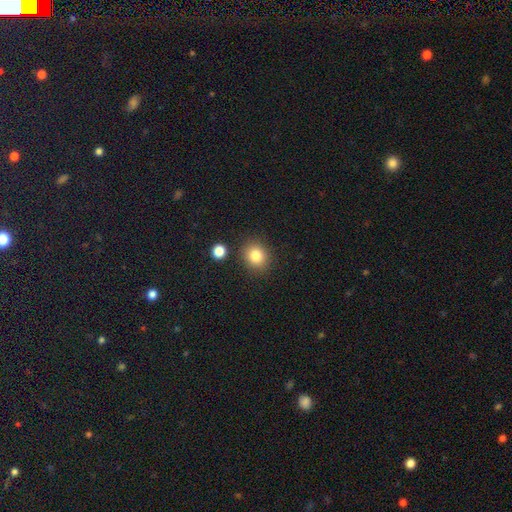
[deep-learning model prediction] Overall: smooth (83%). How rounded: round (75%). Merging: none (85%).